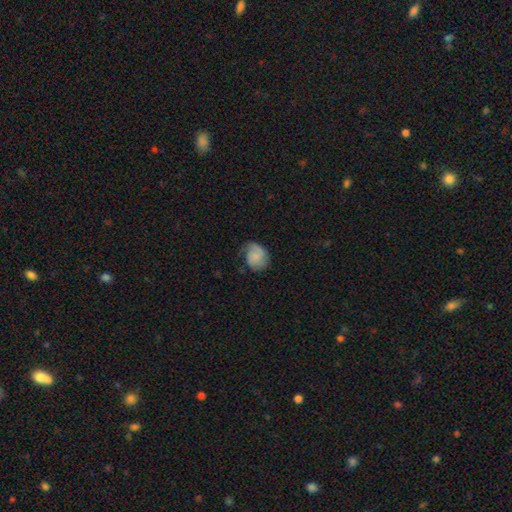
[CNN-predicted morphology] smooth-or-featured: smooth: 63% | featured or disk: 29% | star or artifact: 8%
  how-rounded: round: 53% | in between: 46% | cigar-shaped: 1%
  merging: none: 54% | minor disturbance: 32% | major disturbance: 13% | merger: 1%